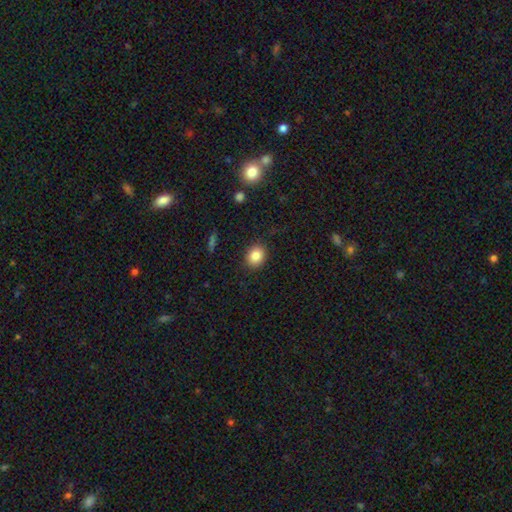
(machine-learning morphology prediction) This is clearly a smooth galaxy (84%). How rounded: likely round (61%). Merging: clearly none (88%).